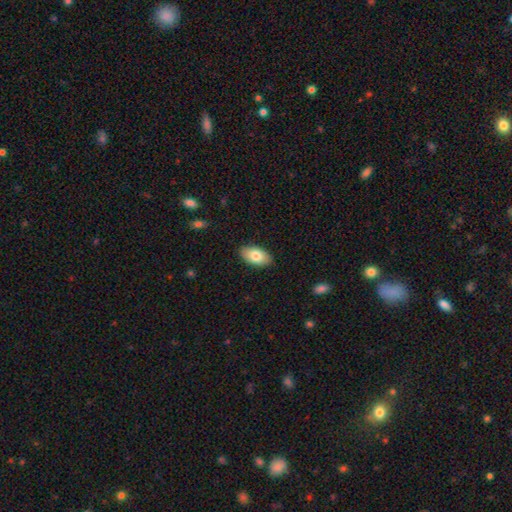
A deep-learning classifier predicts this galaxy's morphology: smooth-or-featured: smooth: 79% | featured or disk: 14% | star or artifact: 6%
  how-rounded: in between: 95% | round: 3% | cigar-shaped: 2%
  merging: none: 88% | minor disturbance: 9% | major disturbance: 2% | merger: 1%